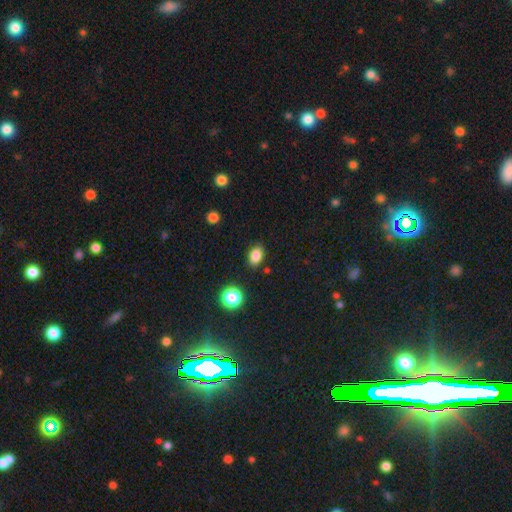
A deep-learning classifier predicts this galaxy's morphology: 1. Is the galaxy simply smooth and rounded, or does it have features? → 83% smooth, 11% star or artifact, 6% featured or disk.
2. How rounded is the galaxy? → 80% in between, 19% round, 1% cigar-shaped.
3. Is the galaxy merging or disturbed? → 85% none, 10% minor disturbance, 3% major disturbance, 2% merger.